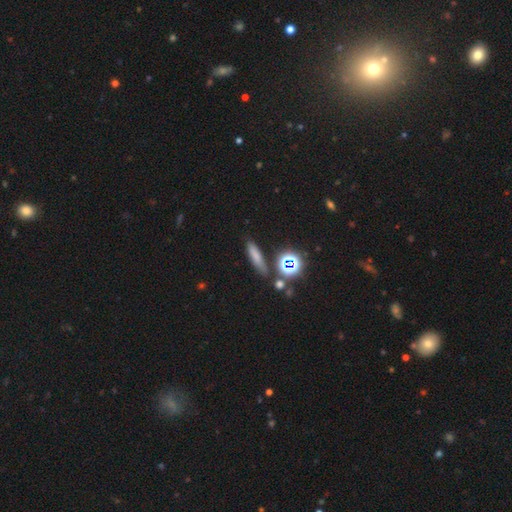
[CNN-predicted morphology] Q: Smooth or featured?
A: smooth (67%); runner-up: star or artifact (20%)
Q: How rounded?
A: cigar-shaped (67%); runner-up: in between (23%)
Q: Merging?
A: none (77%); runner-up: minor disturbance (13%)